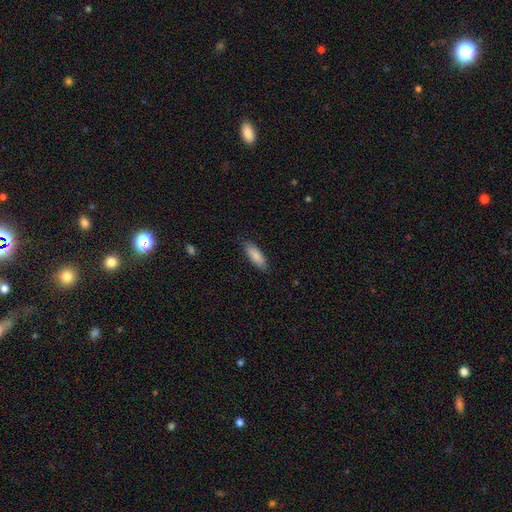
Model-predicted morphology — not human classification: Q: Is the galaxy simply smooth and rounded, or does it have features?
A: smooth — 86%.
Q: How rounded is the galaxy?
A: in between — 66%.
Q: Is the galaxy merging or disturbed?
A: none — 84%.